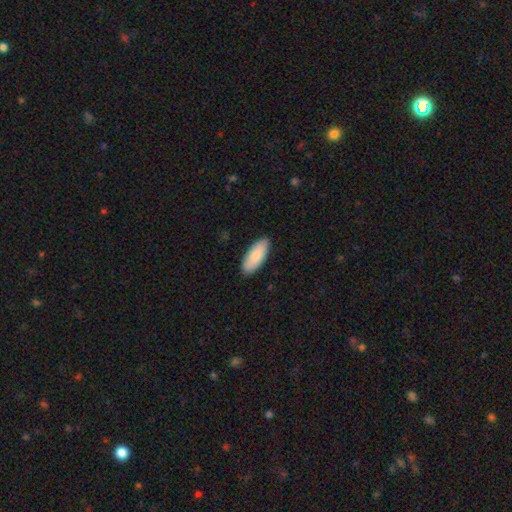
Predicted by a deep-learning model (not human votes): Overall: smooth (86%). How rounded: in between (82%). Merging: none (88%).